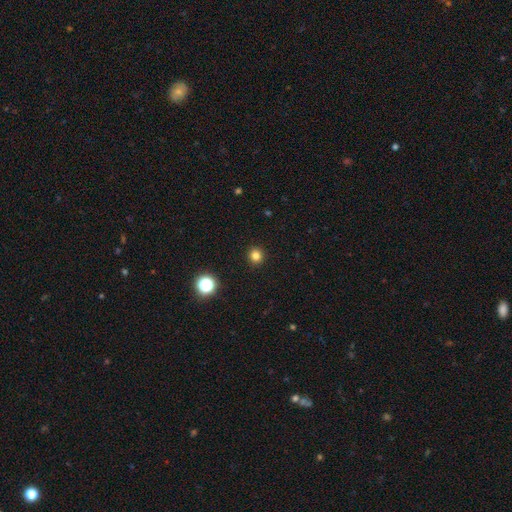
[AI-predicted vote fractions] Smooth or featured? Predicted: smooth (p=0.80). How rounded? Predicted: round (p=0.93). Merging? Predicted: none (p=0.93).